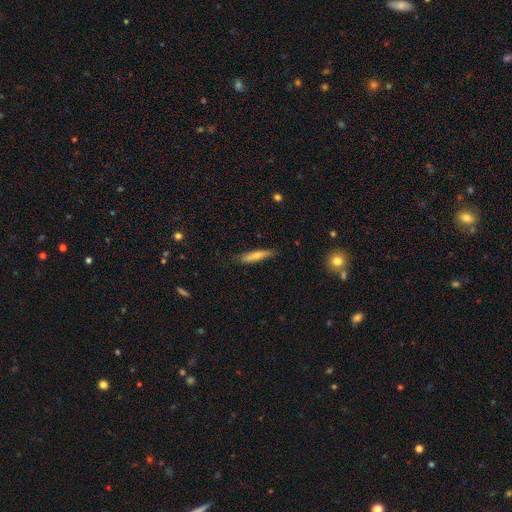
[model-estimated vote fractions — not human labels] Smooth or featured: smooth — 70% (featured or disk — 24%)
How rounded: cigar-shaped — 85% (in between — 13%)
Merging: none — 75% (minor disturbance — 20%)